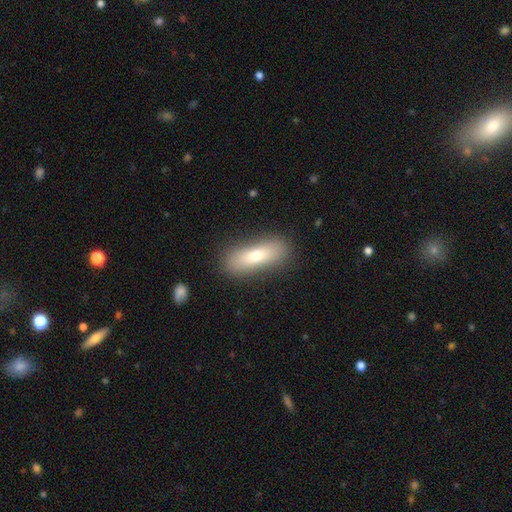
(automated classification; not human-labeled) smooth-or-featured: smooth: 70% | featured or disk: 21% | star or artifact: 9%
  how-rounded: in between: 58% | cigar-shaped: 39% | round: 3%
  merging: none: 86% | minor disturbance: 10% | major disturbance: 3% | merger: 1%